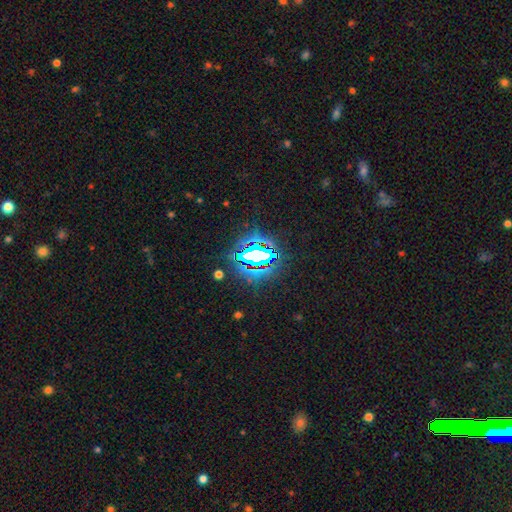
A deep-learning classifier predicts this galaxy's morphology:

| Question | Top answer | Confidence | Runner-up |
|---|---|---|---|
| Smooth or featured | star or artifact | 72% | smooth (16%) |